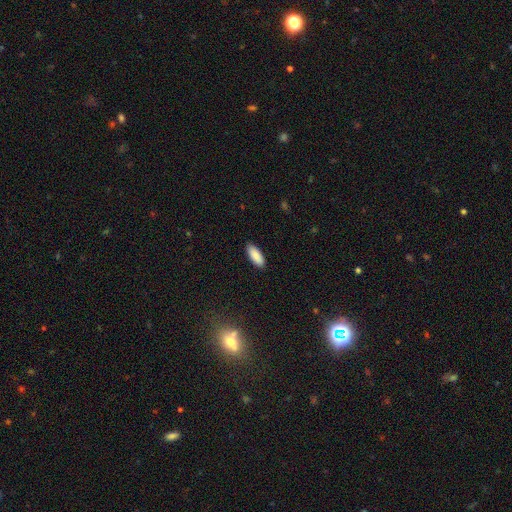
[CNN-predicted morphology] This appears to be a smooth galaxy with no disk features (89%) that is in between round and cigar-shaped (75%). Merging: none (89%).